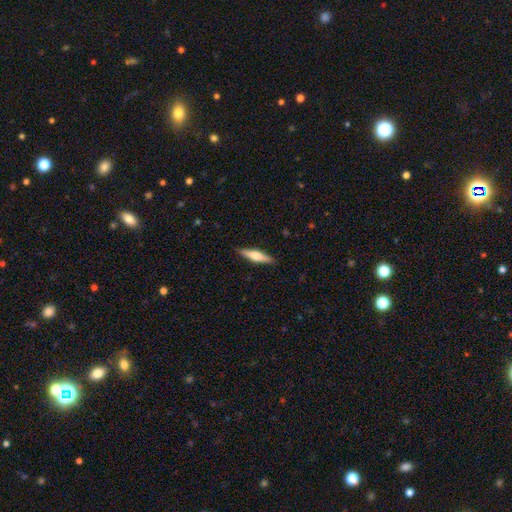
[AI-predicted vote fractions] Smooth or featured? smooth (48%)
Merging? none (90%)